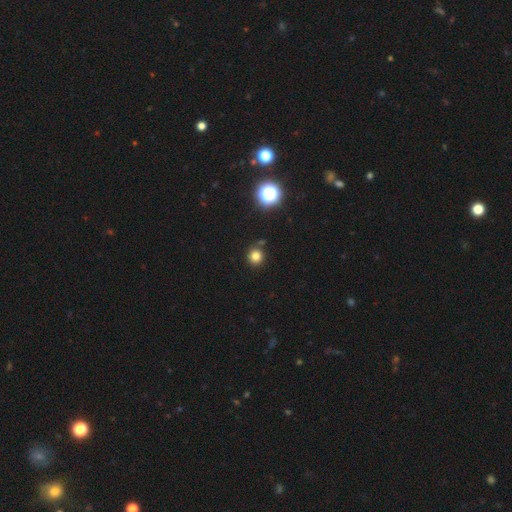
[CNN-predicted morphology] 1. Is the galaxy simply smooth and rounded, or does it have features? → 78% smooth, 16% star or artifact, 6% featured or disk.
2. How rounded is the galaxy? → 92% round, 7% in between, 1% cigar-shaped.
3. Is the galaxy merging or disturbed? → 85% none, 8% minor disturbance, 5% merger, 2% major disturbance.